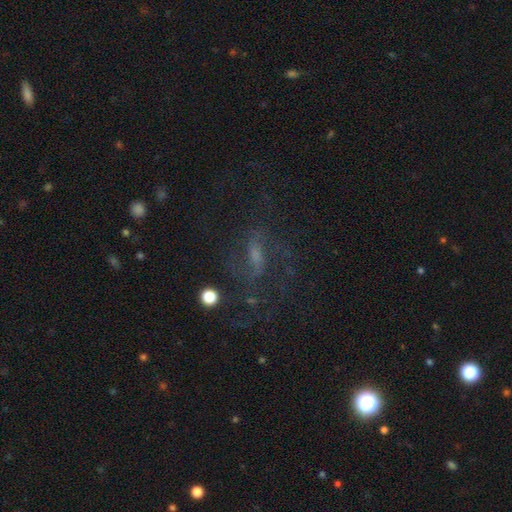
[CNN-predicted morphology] smooth-or-featured: featured or disk: 64% | star or artifact: 19% | smooth: 17%
  disk-edge-on: no: 91% | yes: 9%
    bar: weak: 48% | no: 26% | strong: 26%
    has-spiral-arms: yes: 85% | no: 15%
    bulge-size: small: 42% | moderate: 33% | none: 18% | large: 6% | dominant: 2%
  merging: none: 61% | major disturbance: 20% | minor disturbance: 16% | merger: 3%